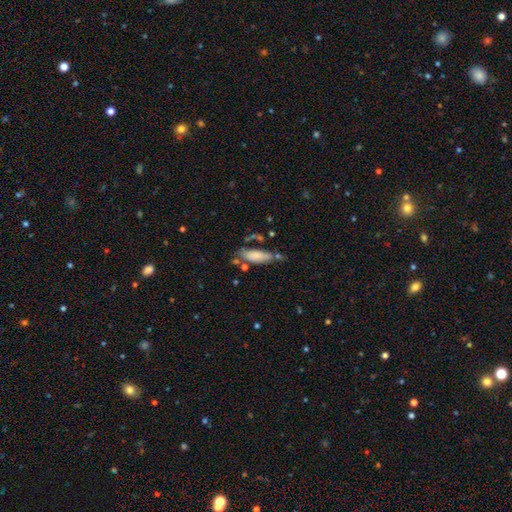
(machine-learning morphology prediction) Smooth or featured? Predicted: smooth (p=0.79). How rounded? Predicted: in between (p=0.66). Merging? Predicted: none (p=0.52).